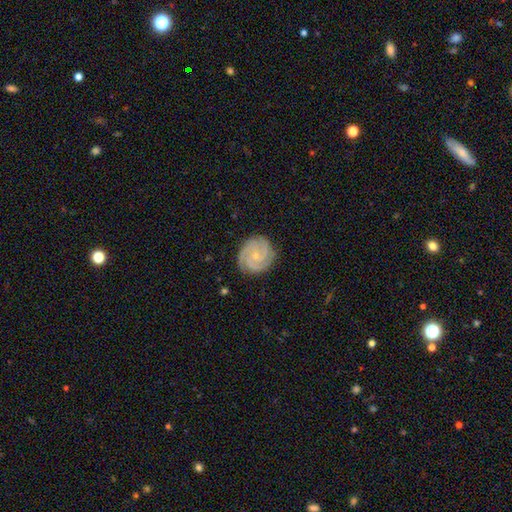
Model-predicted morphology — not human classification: smooth_or_featured: featured or disk (p=0.89) [alt: smooth p=0.06]
disk_edge_on: no (p=0.98) [alt: yes p=0.02]
bar: no (p=0.73) [alt: weak p=0.22]
has_spiral_arms: yes (p=0.99) [alt: no p=0.01]
spiral_winding: tight (p=0.73) [alt: medium p=0.24]
spiral_arm_count: 3 (p=0.58) [alt: 2 p=0.14]
bulge_size: small (p=0.77) [alt: moderate p=0.19]
merging: none (p=0.84) [alt: minor disturbance p=0.13]